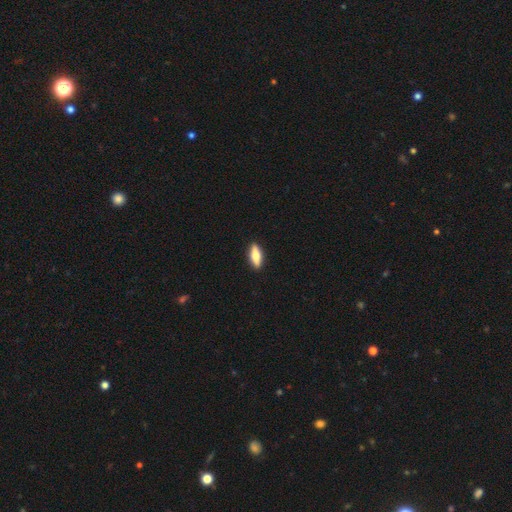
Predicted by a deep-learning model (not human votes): Smooth or featured: smooth — 63% (featured or disk — 31%)
How rounded: in between — 59% (cigar-shaped — 38%)
Merging: none — 90% (minor disturbance — 7%)